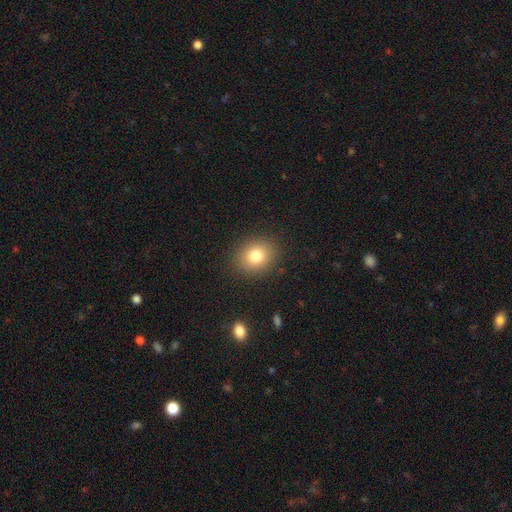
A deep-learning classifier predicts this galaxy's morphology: smooth_or_featured: smooth (p=0.80) [alt: star or artifact p=0.11]
how_rounded: round (p=0.68) [alt: in between p=0.31]
merging: none (p=0.88) [alt: minor disturbance p=0.08]